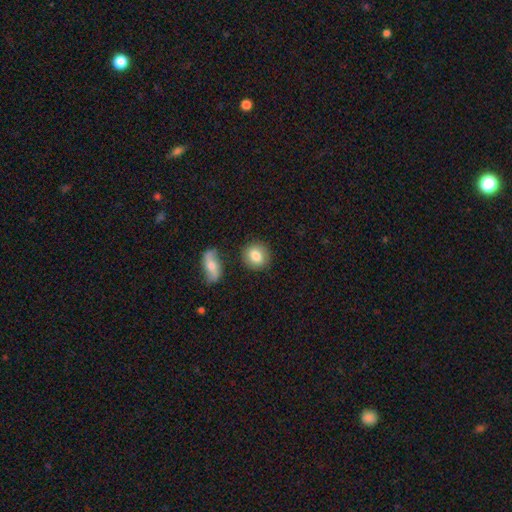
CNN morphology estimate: A smooth galaxy with no disk features (81%) that is round (76%). Merging: none (81%).